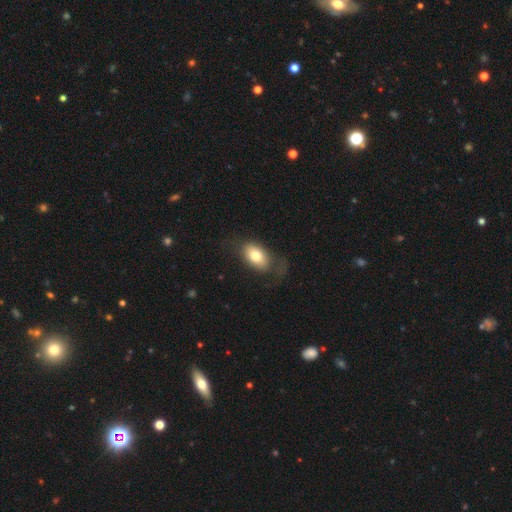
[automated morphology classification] A smooth galaxy with no disk features (75%) that is in between round and cigar-shaped (89%). Merging: none (63%).